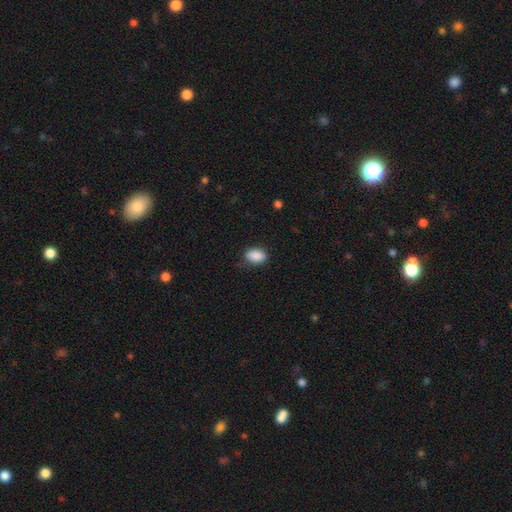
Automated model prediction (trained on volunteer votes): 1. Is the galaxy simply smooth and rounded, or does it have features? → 88% smooth, 7% star or artifact, 4% featured or disk.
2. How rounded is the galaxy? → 88% in between, 10% round, 3% cigar-shaped.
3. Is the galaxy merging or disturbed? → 76% none, 19% minor disturbance, 4% major disturbance, 1% merger.